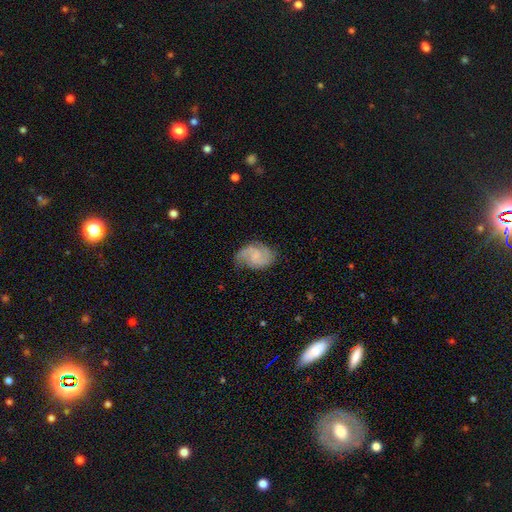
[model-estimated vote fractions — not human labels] smooth-or-featured: featured or disk: 81% | smooth: 13% | star or artifact: 6%
  disk-edge-on: no: 98% | yes: 2%
    bar: no: 53% | weak: 41% | strong: 6%
    has-spiral-arms: yes: 97% | no: 3%
      spiral-winding: medium: 50% | tight: 34% | loose: 16%
      spiral-arm-count: 2: 75% | 3: 11% | can't tell: 7% | 1: 3% | 4: 2% | more than 4: 2%
    bulge-size: small: 49% | none: 33% | moderate: 15% | large: 2% | dominant: 1%
  merging: none: 72% | minor disturbance: 20% | major disturbance: 7% | merger: 1%